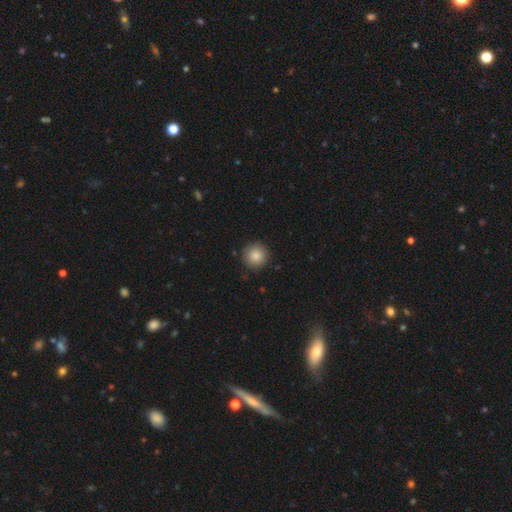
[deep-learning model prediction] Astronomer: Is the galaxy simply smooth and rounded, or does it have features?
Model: smooth — 86%.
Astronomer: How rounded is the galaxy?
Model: round — 96%.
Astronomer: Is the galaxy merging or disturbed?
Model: none — 90%.